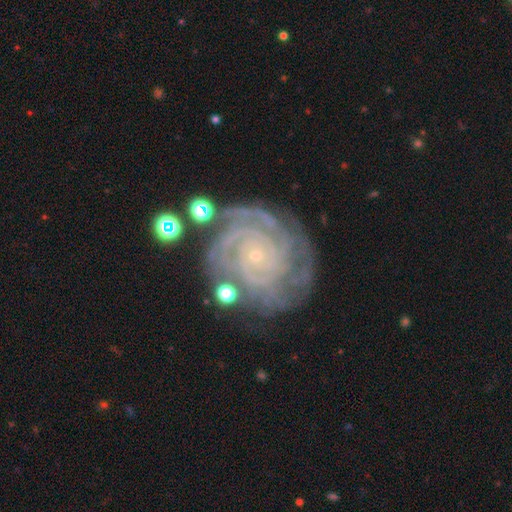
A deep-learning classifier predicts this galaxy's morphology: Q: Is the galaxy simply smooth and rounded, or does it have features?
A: featured or disk — 90%.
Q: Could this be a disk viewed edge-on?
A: no — 98%.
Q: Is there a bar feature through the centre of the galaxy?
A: no — 81%.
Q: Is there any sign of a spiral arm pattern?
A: yes — 98%.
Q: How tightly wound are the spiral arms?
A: tight — 85%.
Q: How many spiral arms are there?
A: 4 — 30%.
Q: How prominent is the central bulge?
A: small — 90%.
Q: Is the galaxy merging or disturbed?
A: none — 74%.